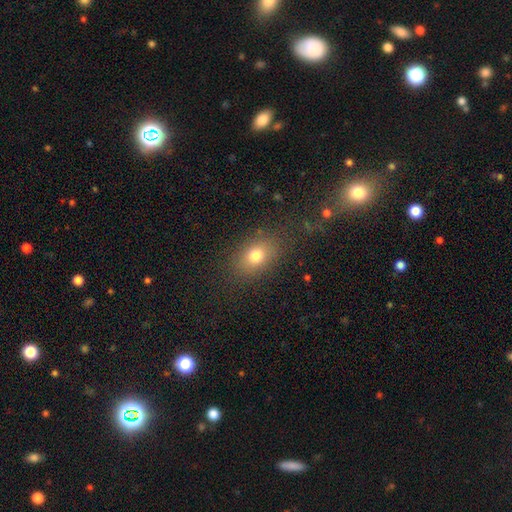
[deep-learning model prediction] Smooth or featured? Predicted: smooth (p=0.77). How rounded? Predicted: in between (p=0.72). Merging? Predicted: none (p=0.82).